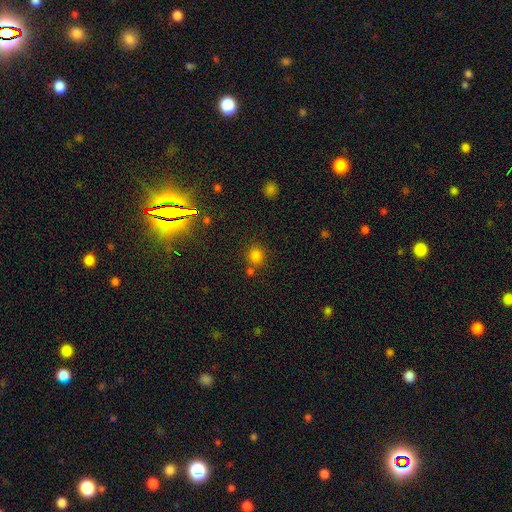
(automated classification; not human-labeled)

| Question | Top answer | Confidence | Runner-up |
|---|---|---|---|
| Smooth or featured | smooth | 77% | star or artifact (18%) |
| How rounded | round | 87% | in between (12%) |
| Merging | none | 72% | merger (15%) |